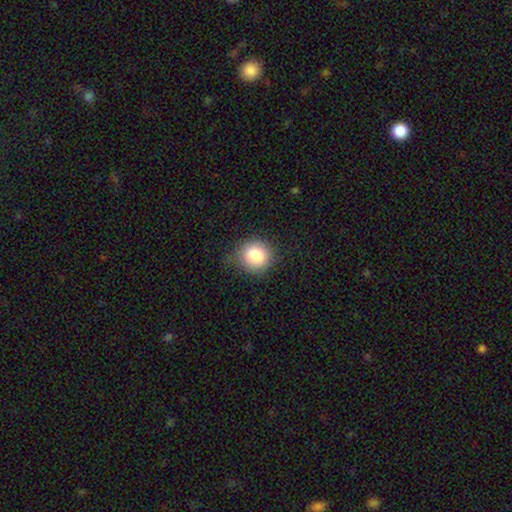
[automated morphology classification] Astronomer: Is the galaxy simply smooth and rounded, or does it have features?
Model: smooth — 83%.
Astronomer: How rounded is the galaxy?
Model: round — 86%.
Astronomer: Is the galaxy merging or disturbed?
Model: none — 76%.